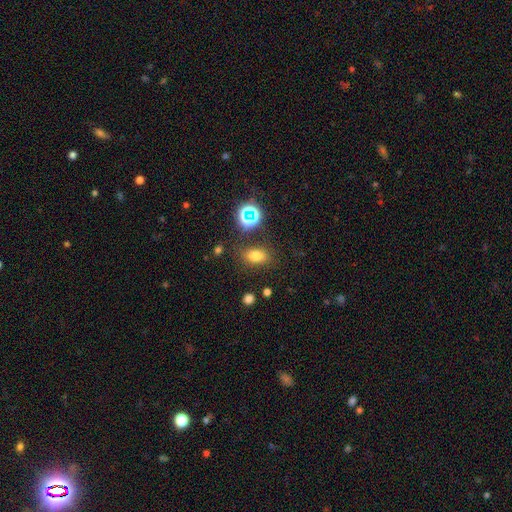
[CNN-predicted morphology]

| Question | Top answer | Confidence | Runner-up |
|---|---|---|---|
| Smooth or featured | smooth | 73% | star or artifact (19%) |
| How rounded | in between | 79% | round (18%) |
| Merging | none | 80% | minor disturbance (12%) |